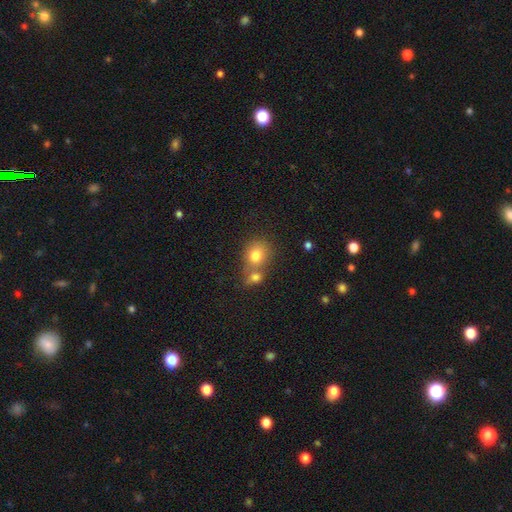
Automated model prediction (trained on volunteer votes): Overall: smooth (78%). How rounded: round (69%; in between 30%). Merging: merger (51%; none 37%).